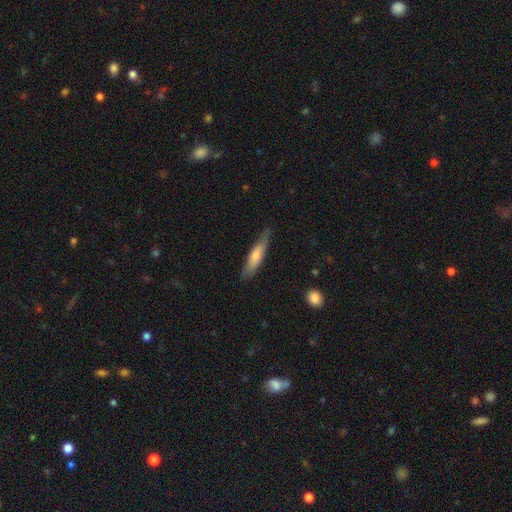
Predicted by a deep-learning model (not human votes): Smooth or featured?
  - smooth: 65% *
  - featured or disk: 29%
  - star or artifact: 5%
How rounded?
  - cigar-shaped: 76% *
  - in between: 22%
  - round: 2%
Merging?
  - none: 78% *
  - minor disturbance: 18%
  - major disturbance: 3%
  - merger: 1%